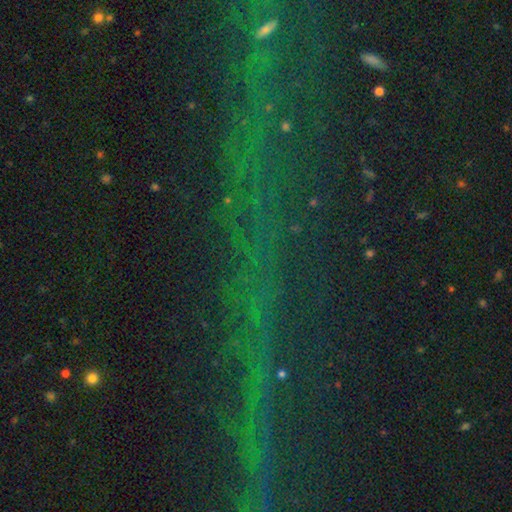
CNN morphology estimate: This is likely a star or artifact rather than a galaxy (75%).